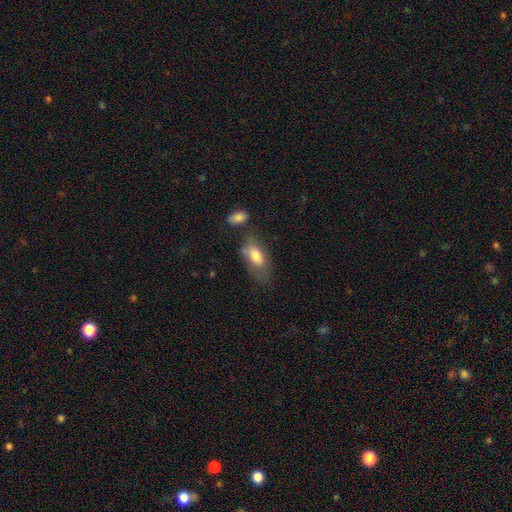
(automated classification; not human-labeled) Morphology: type=smooth (76%); roundness=in between (90%); merging=none (44%).